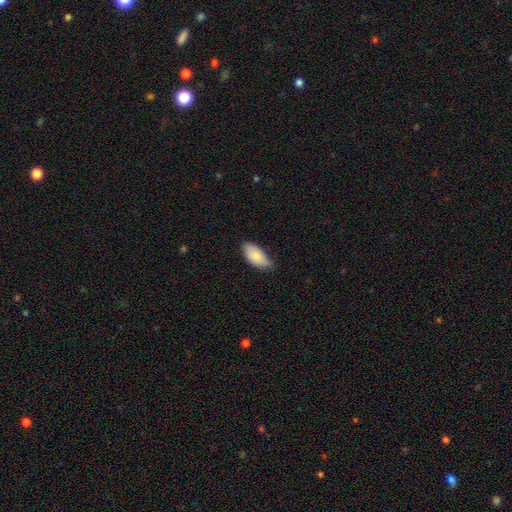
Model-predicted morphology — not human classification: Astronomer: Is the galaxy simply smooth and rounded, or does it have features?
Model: smooth — 85%.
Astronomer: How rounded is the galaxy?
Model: in between — 92%.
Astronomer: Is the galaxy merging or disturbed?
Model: none — 66%.